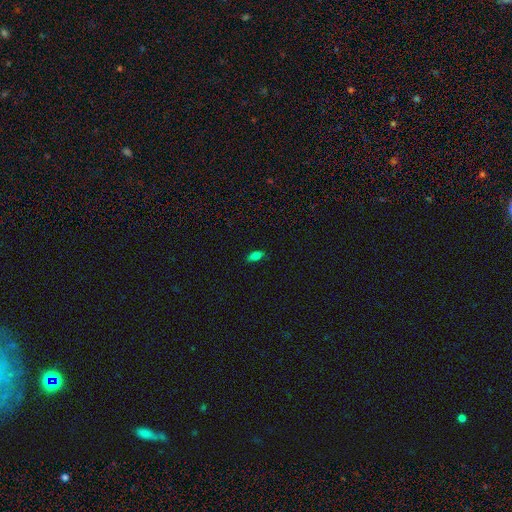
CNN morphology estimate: Smooth or featured?
  - smooth: 80% *
  - star or artifact: 13%
  - featured or disk: 7%
How rounded?
  - in between: 87% *
  - cigar-shaped: 8%
  - round: 5%
Merging?
  - none: 83% *
  - minor disturbance: 13%
  - major disturbance: 2%
  - merger: 1%